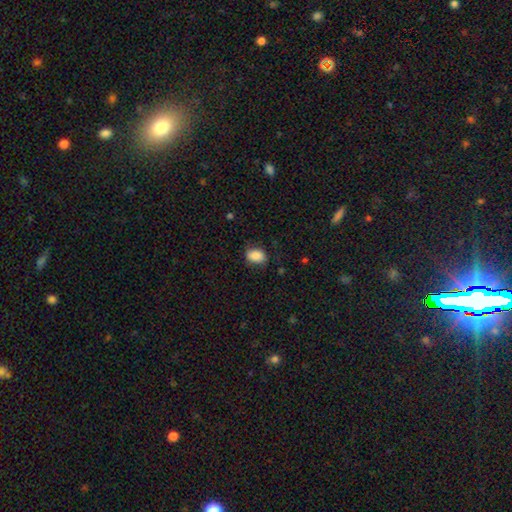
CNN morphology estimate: This is clearly a smooth galaxy (86%). How rounded: clearly in between (80%). Merging: likely none (73%).